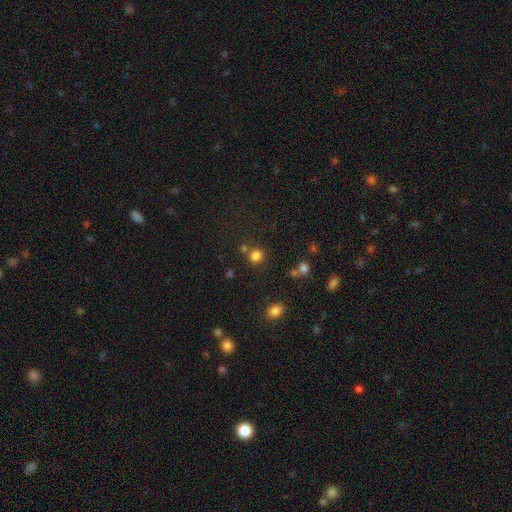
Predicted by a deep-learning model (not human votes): This appears to be a smooth galaxy with no disk features (79%) that is round (81%). Merging: none (70%).